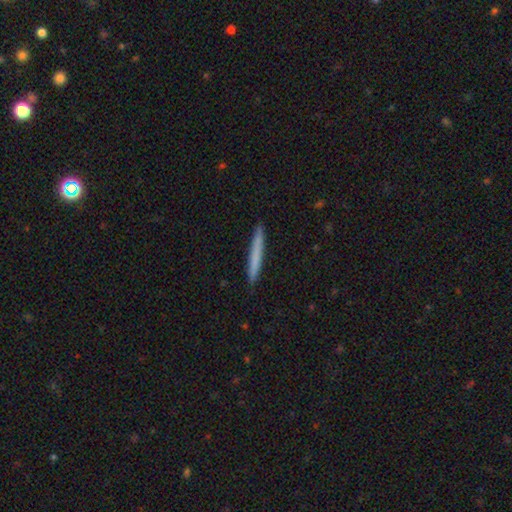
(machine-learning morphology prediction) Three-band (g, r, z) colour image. It shows a smooth galaxy with no disk features (70%) that is cigar-shaped (97%). Merging: none (92%).